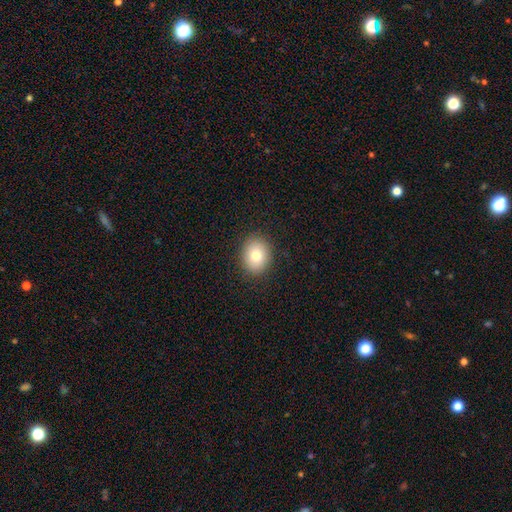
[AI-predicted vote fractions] Smooth or featured: smooth — 79% (featured or disk — 11%)
How rounded: round — 56% (in between — 43%)
Merging: none — 89% (minor disturbance — 8%)